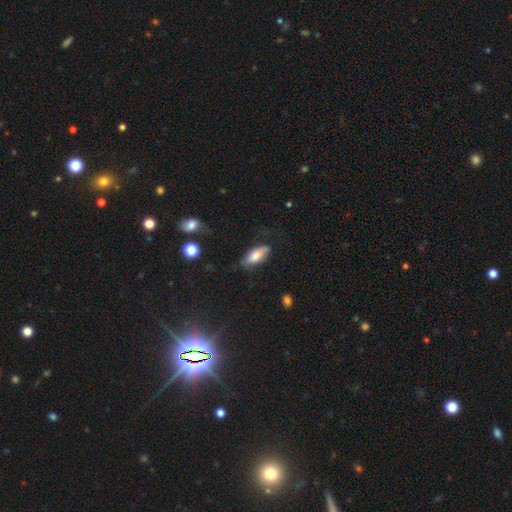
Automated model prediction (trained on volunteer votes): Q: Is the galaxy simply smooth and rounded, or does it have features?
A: smooth — 73%.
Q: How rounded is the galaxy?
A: in between — 84%.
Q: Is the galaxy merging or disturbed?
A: none — 63%.